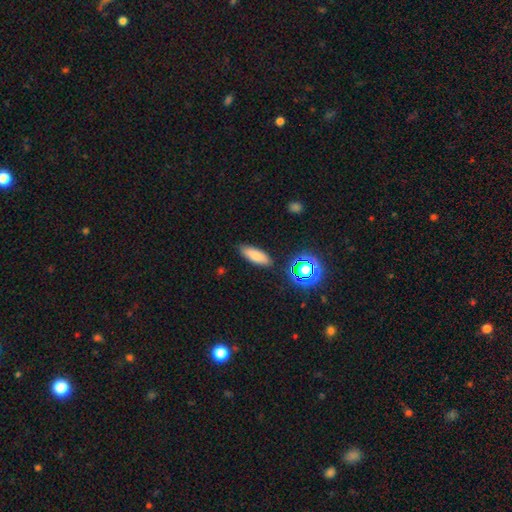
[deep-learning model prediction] Smooth or featured?
  - smooth: 78% *
  - star or artifact: 12%
  - featured or disk: 10%
How rounded?
  - in between: 64% *
  - cigar-shaped: 33%
  - round: 3%
Merging?
  - none: 85% *
  - minor disturbance: 10%
  - major disturbance: 3%
  - merger: 2%